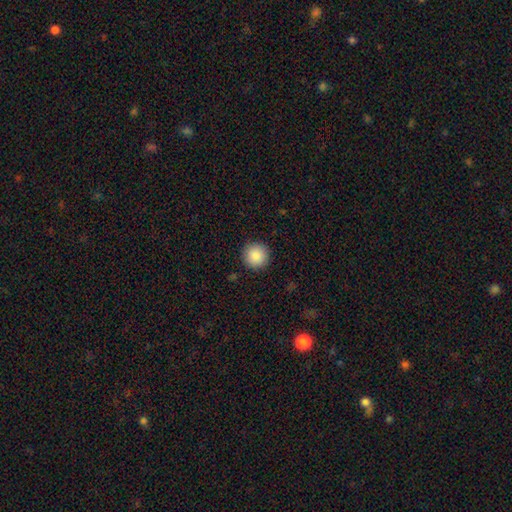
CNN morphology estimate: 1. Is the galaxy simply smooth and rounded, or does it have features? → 89% smooth, 8% star or artifact, 3% featured or disk.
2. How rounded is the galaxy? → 96% round, 3% in between, 1% cigar-shaped.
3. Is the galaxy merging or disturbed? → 92% none, 5% minor disturbance, 2% major disturbance, 1% merger.